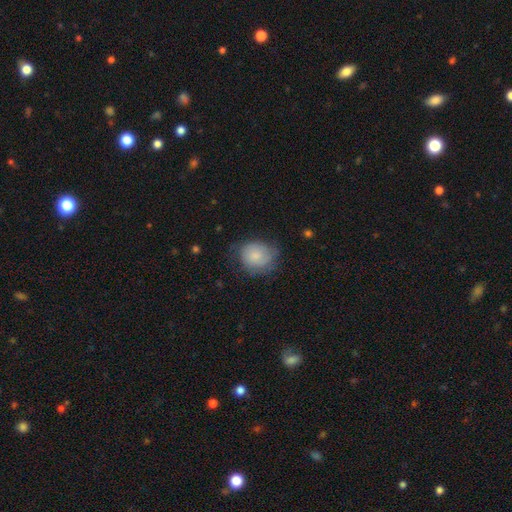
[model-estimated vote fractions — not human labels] smooth-or-featured: smooth: 77% | featured or disk: 16% | star or artifact: 7%
  how-rounded: round: 73% | in between: 26% | cigar-shaped: 1%
  merging: none: 61% | minor disturbance: 28% | major disturbance: 10% | merger: 1%